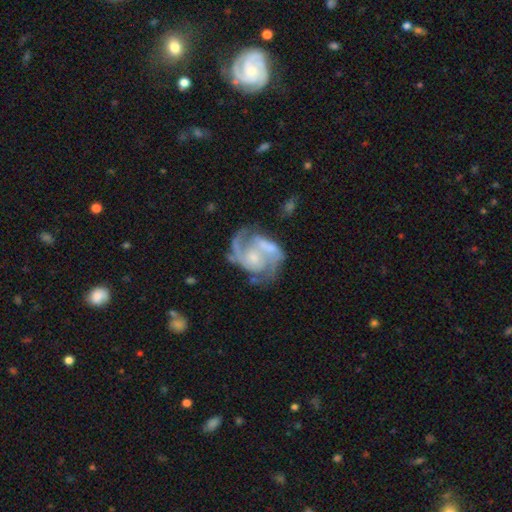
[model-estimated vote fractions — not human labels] A featured or disk galaxy (86%) with no bar (54%), 2 (71%) medium (52%) spiral arms (94%) and a small central bulge (52%). Merging: none (45%).